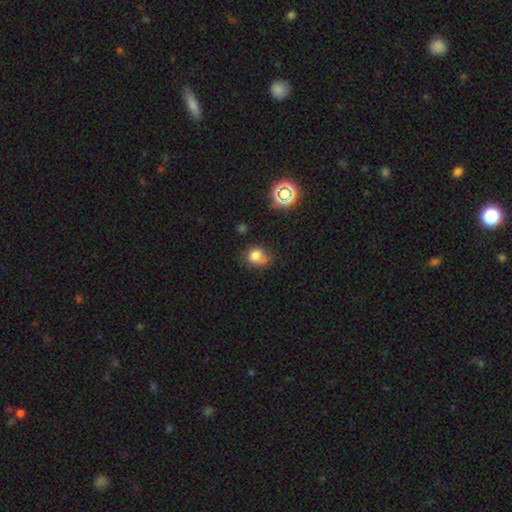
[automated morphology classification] smooth_or_featured: smooth (p=0.76) [alt: star or artifact p=0.14]
how_rounded: round (p=0.69) [alt: in between p=0.30]
merging: none (p=0.54) [alt: minor disturbance p=0.26]